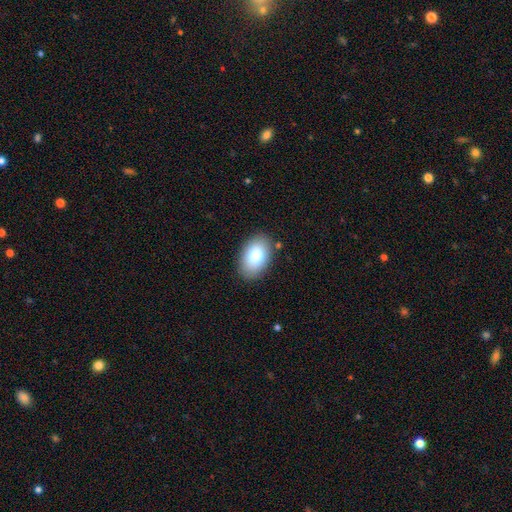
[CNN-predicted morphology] type=smooth (80%); roundness=in between (90%); merging=none (86%).